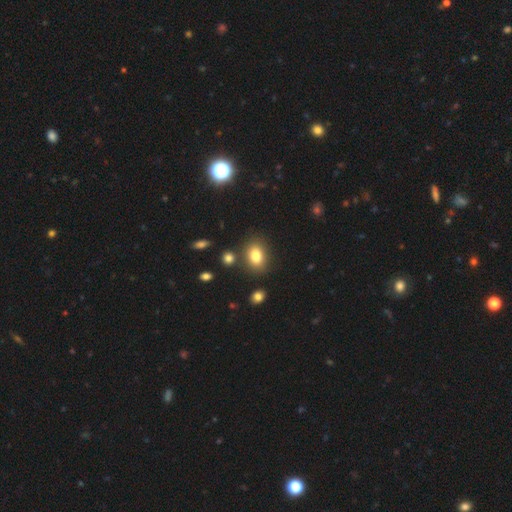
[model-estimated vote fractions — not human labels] Smooth or featured? smooth (81%)
How rounded? in between (77%)
Merging? none (78%)